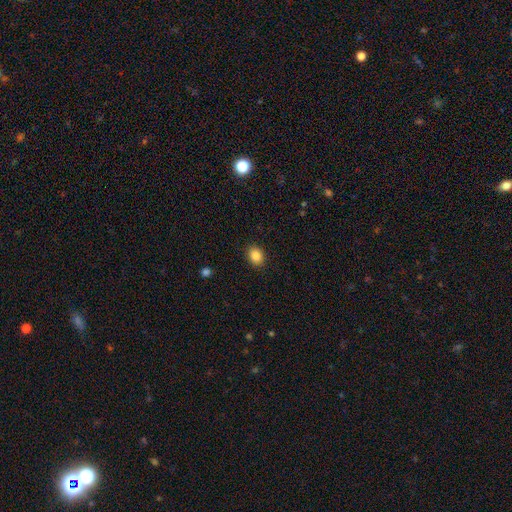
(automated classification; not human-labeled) Morphology: type=smooth (86%); roundness=in between (54%); merging=none (90%).